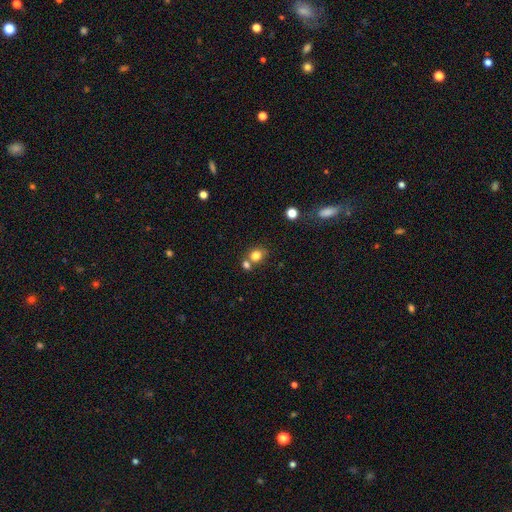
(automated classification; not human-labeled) The model was most divided on "merging": none: 58%, merger: 29%, minor disturbance: 10%, major disturbance: 3%. More confident: smooth or featured — smooth (80%); how rounded — round (71%).